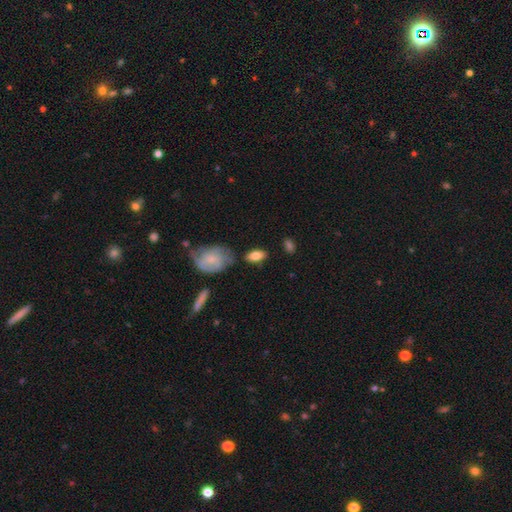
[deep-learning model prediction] This is likely a smooth galaxy (76%). How rounded: clearly in between (89%). Merging: likely none (72%).